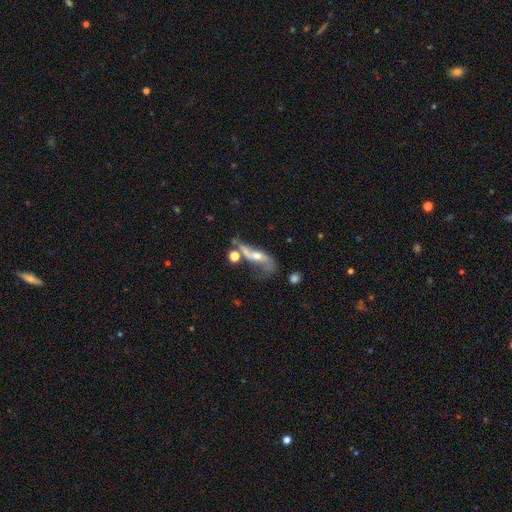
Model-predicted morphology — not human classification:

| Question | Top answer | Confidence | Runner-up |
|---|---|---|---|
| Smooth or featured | featured or disk | 66% | smooth (25%) |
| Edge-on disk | no | 80% | yes (20%) |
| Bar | no | 58% | weak (28%) |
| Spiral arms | yes | 77% | no (23%) |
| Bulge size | moderate | 57% | small (30%) |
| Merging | none | 33% | merger (24%) |